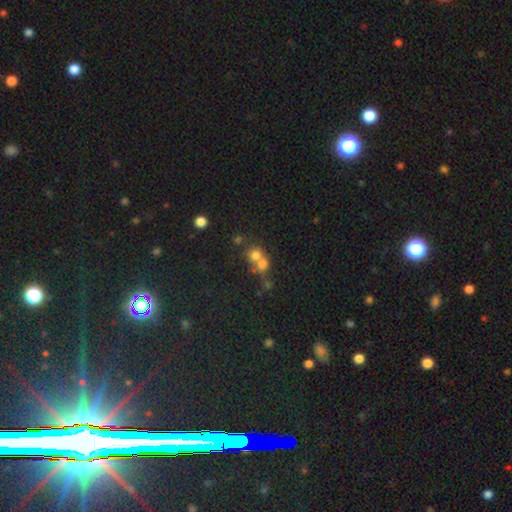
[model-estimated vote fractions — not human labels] Smooth or featured? smooth (68%)
How rounded? round (76%)
Merging? merger (61%)